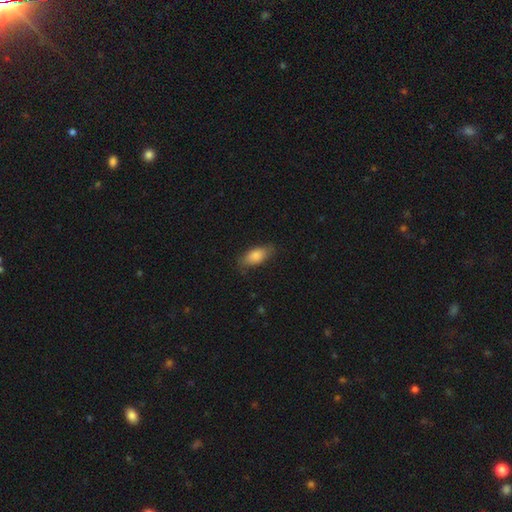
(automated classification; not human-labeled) smooth-or-featured: smooth: 84% | featured or disk: 10% | star or artifact: 7%
  how-rounded: in between: 87% | cigar-shaped: 10% | round: 4%
  merging: none: 74% | minor disturbance: 20% | major disturbance: 5% | merger: 1%